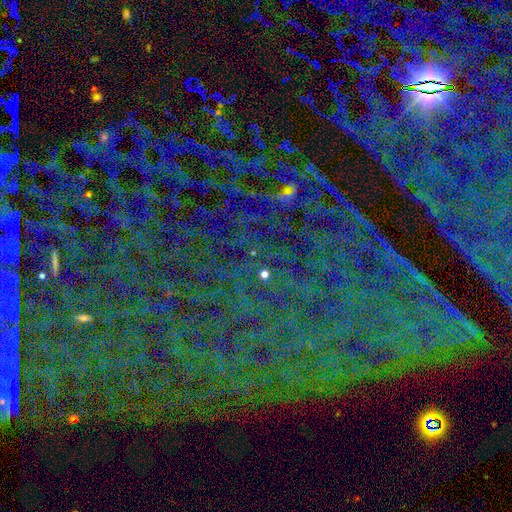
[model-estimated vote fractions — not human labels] Q: Smooth or featured?
A: star or artifact (83%); runner-up: featured or disk (9%)